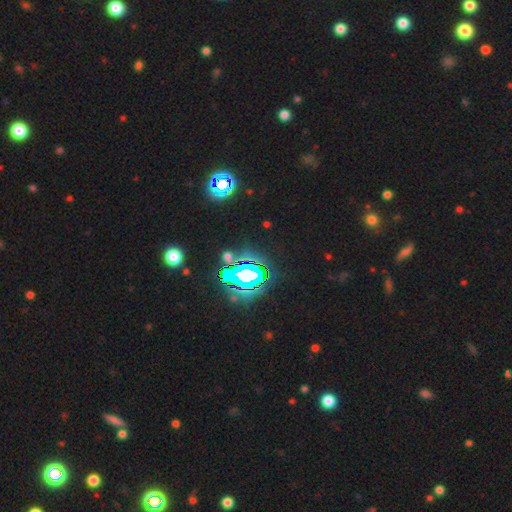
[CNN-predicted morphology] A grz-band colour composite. It shows a star or artifact, not a galaxy (83%).